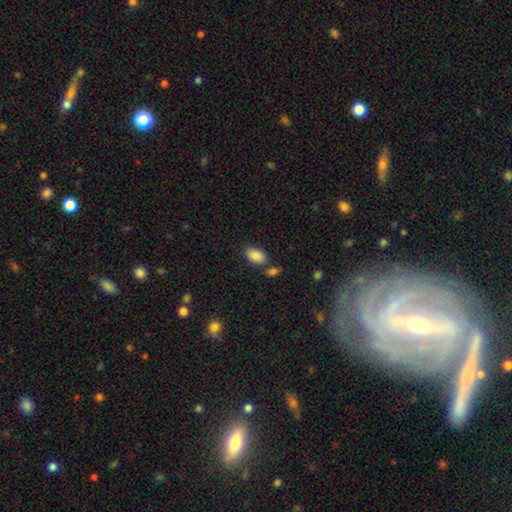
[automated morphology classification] This is clearly a smooth galaxy (88%). How rounded: clearly in between (92%). Merging: likely none (73%).